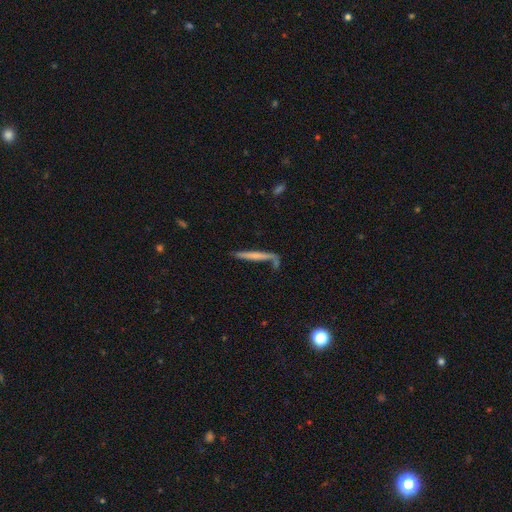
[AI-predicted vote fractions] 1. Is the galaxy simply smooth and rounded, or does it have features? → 52% smooth, 41% featured or disk, 7% star or artifact.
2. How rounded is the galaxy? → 95% cigar-shaped, 3% in between, 2% round.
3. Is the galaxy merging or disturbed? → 67% none, 16% minor disturbance, 12% merger, 6% major disturbance.